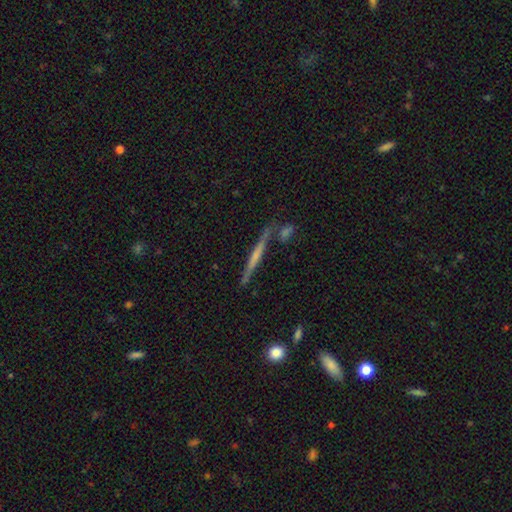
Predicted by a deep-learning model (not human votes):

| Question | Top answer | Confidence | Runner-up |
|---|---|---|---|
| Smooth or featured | featured or disk | 62% | smooth (30%) |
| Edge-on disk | yes | 97% | no (3%) |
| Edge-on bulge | none | 59% | rounded (29%) |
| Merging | none | 81% | minor disturbance (10%) |